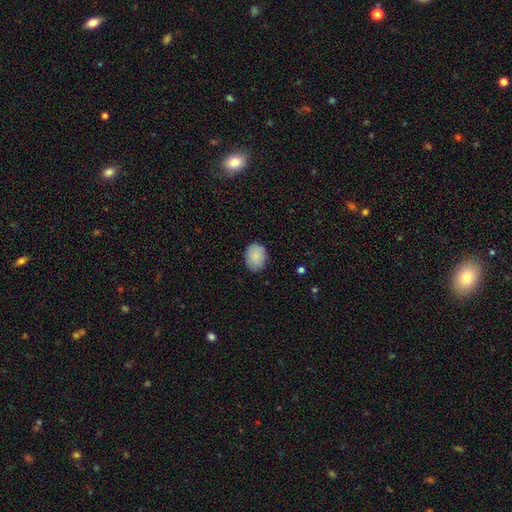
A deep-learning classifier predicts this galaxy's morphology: Smooth or featured: smooth — 88% (star or artifact — 7%)
How rounded: in between — 64% (round — 35%)
Merging: none — 84% (minor disturbance — 12%)